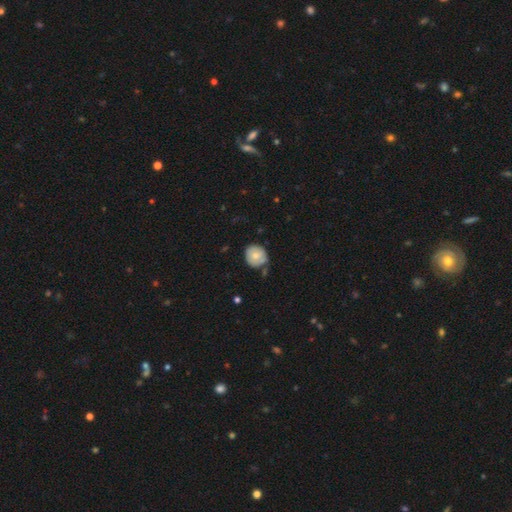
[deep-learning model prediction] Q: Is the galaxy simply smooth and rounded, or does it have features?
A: smooth — 71%.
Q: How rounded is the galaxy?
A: round — 84%.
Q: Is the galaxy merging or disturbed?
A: none — 68%.